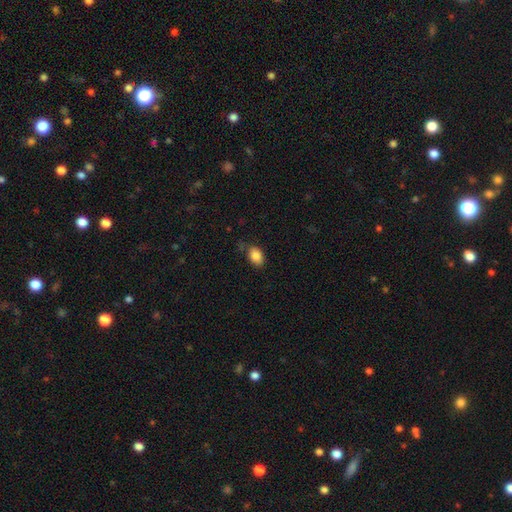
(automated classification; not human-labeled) smooth-or-featured: smooth: 86% | star or artifact: 8% | featured or disk: 5%
  how-rounded: in between: 83% | round: 15% | cigar-shaped: 1%
  merging: none: 73% | minor disturbance: 20% | major disturbance: 4% | merger: 2%